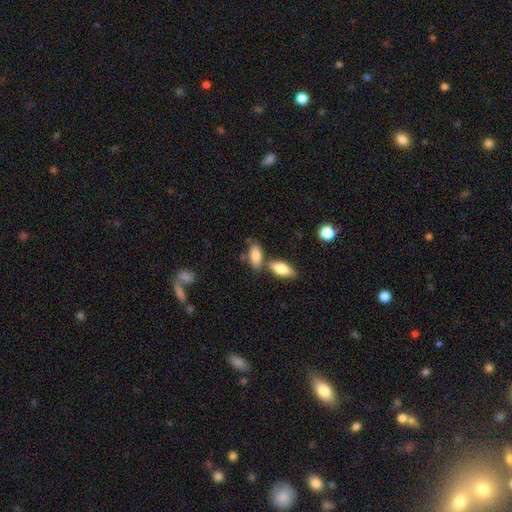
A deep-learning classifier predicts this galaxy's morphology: smooth 83%, featured or disk 10%, star or artifact 7%. Down the decision tree: how rounded — in between (86%); merging — none (53%).